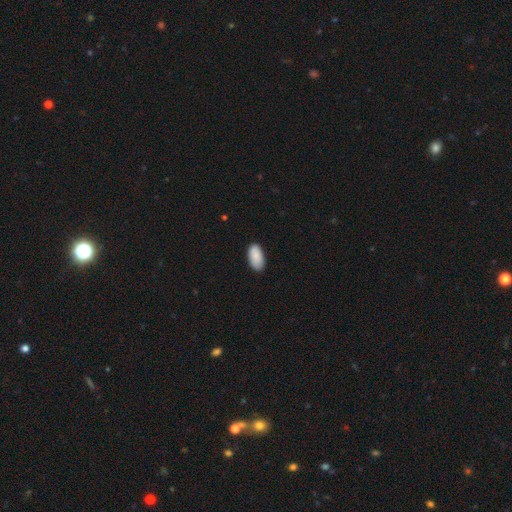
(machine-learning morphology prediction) Smooth or featured? Predicted: smooth (p=0.89). How rounded? Predicted: in between (p=0.95). Merging? Predicted: none (p=0.85).